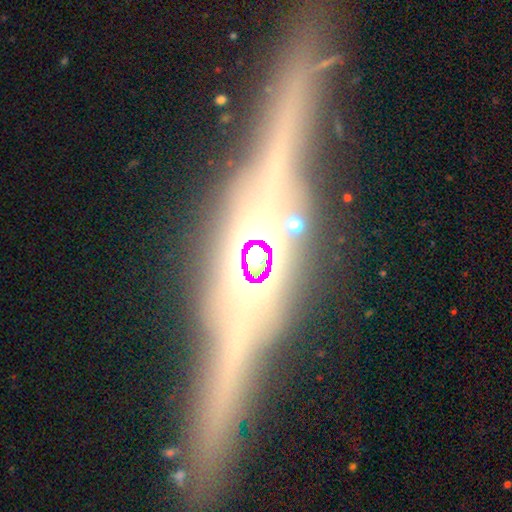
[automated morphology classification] This is clearly a featured or disk galaxy (88%). It is clearly viewed edge-on (97%). Edge-on bulge: possibly boxy (46%). Merging: clearly none (89%).